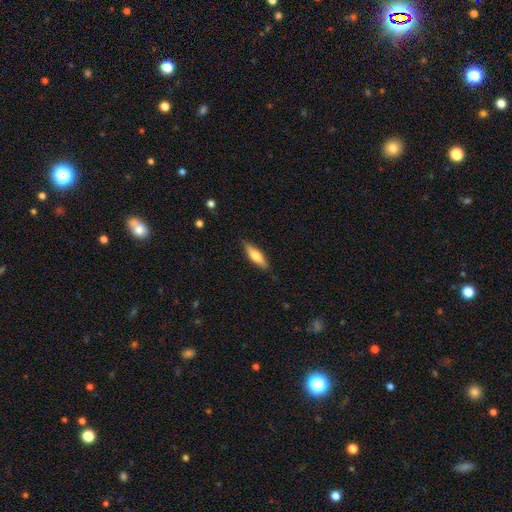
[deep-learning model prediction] smooth 62%, featured or disk 32%, star or artifact 6%. Down the decision tree: how rounded — cigar-shaped (58%); merging — none (86%).